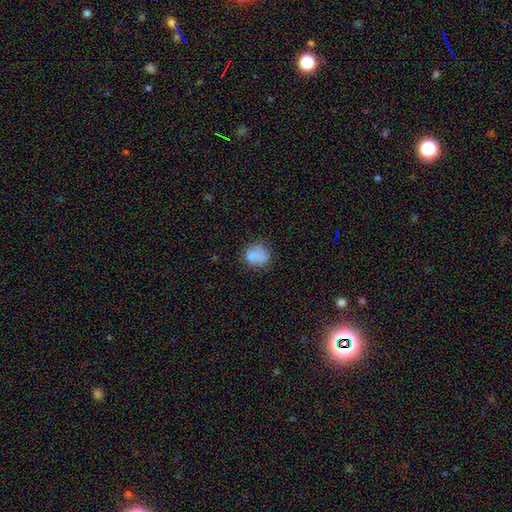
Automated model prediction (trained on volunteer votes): Smooth or featured: smooth — 78% (featured or disk — 12%)
How rounded: round — 78% (in between — 21%)
Merging: none — 58% (minor disturbance — 21%)